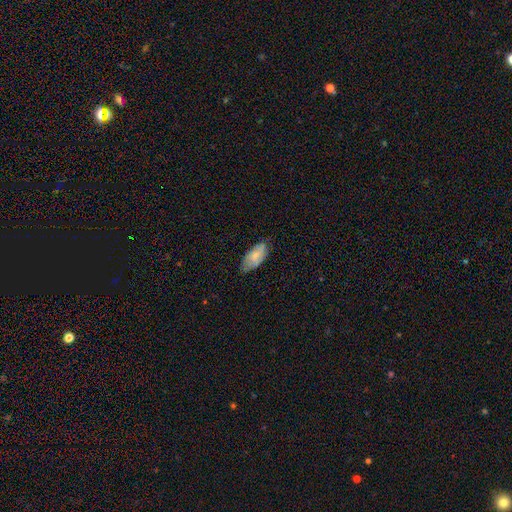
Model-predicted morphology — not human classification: Overall: smooth (72%). How rounded: in between (91%). Merging: none (66%; minor disturbance 28%).